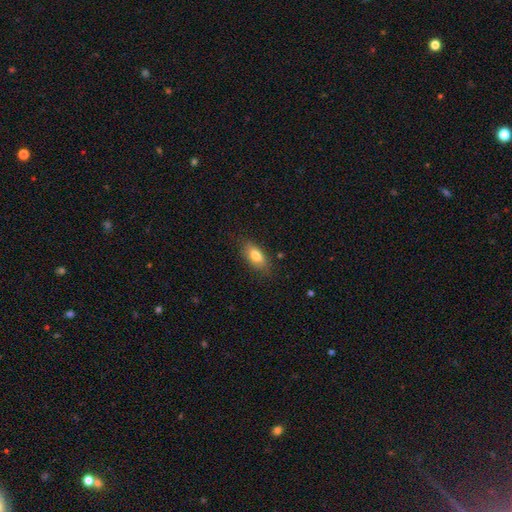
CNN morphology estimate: type=smooth (78%); roundness=in between (83%); merging=none (80%).